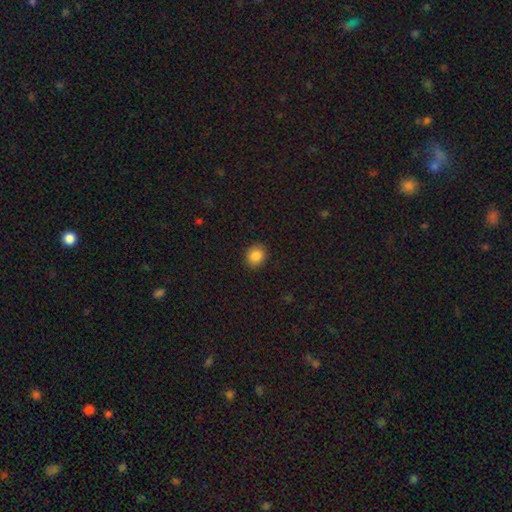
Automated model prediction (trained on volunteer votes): smooth_or_featured: smooth (p=0.87) [alt: star or artifact p=0.10]
how_rounded: round (p=0.67) [alt: in between p=0.32]
merging: none (p=0.90) [alt: minor disturbance p=0.07]